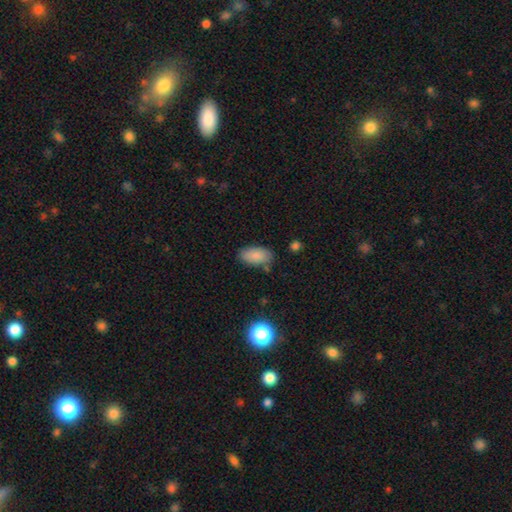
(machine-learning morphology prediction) smooth 86%, star or artifact 8%, featured or disk 6%. Down the decision tree: how rounded — in between (93%); merging — none (78%).